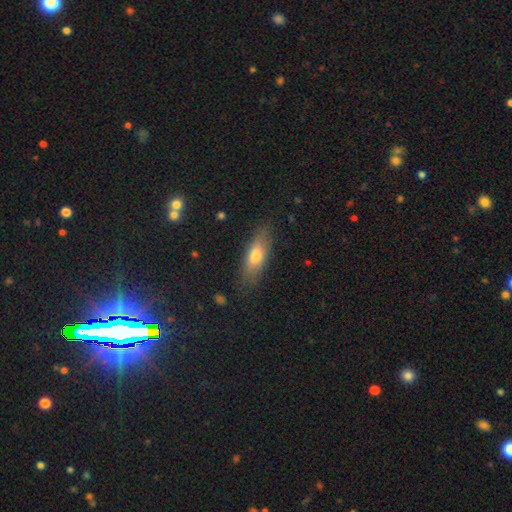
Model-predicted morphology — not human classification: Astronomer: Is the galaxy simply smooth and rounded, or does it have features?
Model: smooth — 68%.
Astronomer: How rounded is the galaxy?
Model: in between — 61%.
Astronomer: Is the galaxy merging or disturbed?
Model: none — 83%.